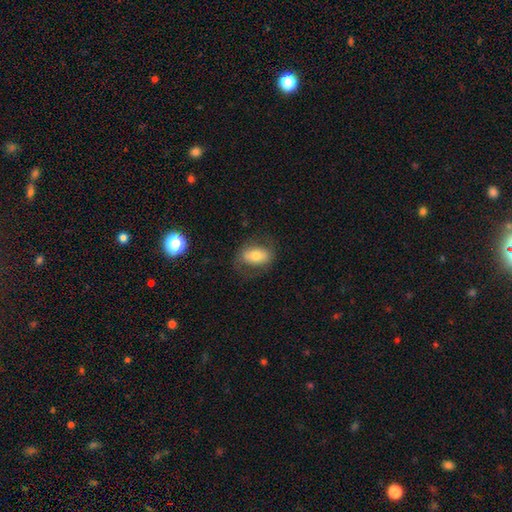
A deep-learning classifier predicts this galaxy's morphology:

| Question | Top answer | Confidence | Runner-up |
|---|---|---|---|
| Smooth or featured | smooth | 63% | featured or disk (30%) |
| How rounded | in between | 84% | round (14%) |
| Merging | none | 70% | minor disturbance (17%) |